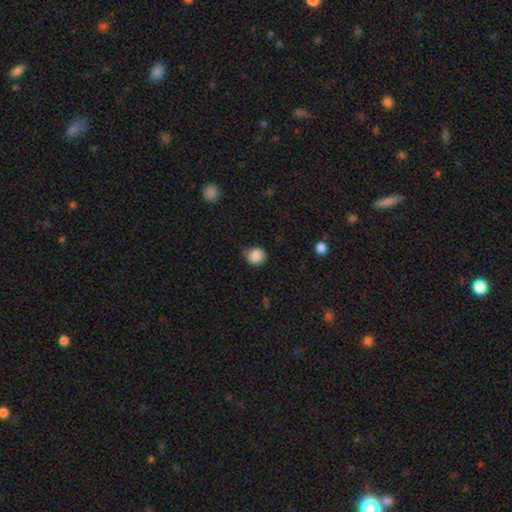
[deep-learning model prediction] Smooth or featured? Predicted: smooth (p=0.84). How rounded? Predicted: round (p=0.80). Merging? Predicted: none (p=0.61).